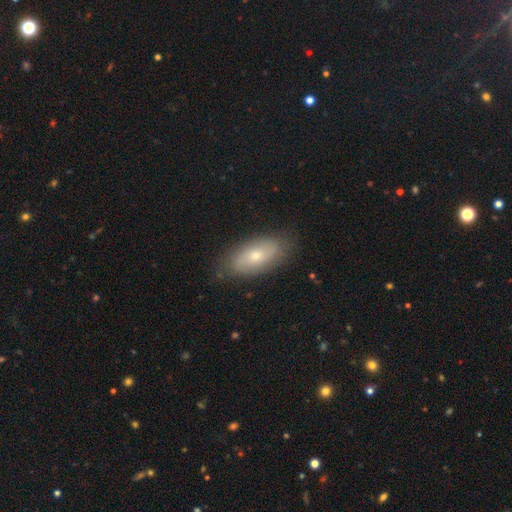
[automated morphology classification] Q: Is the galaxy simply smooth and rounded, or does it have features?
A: smooth — 51%.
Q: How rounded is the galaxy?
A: in between — 88%.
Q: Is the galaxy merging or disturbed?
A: none — 82%.